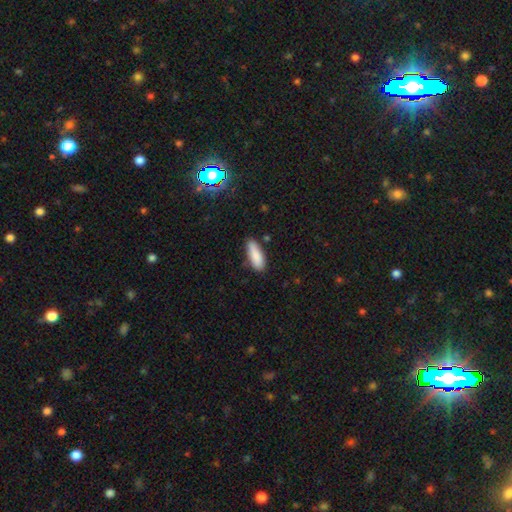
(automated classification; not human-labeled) Smooth or featured: smooth — 87% (star or artifact — 7%)
How rounded: in between — 61% (cigar-shaped — 37%)
Merging: none — 78% (minor disturbance — 16%)